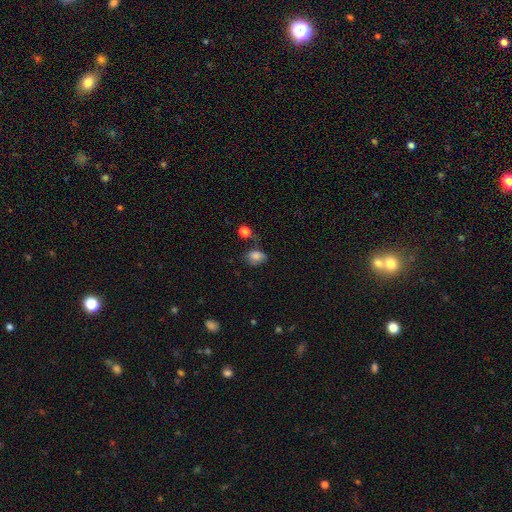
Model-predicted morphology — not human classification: smooth_or_featured: smooth (p=0.79) [alt: star or artifact p=0.12]
how_rounded: in between (p=0.71) [alt: round p=0.27]
merging: none (p=0.50) [alt: minor disturbance p=0.29]